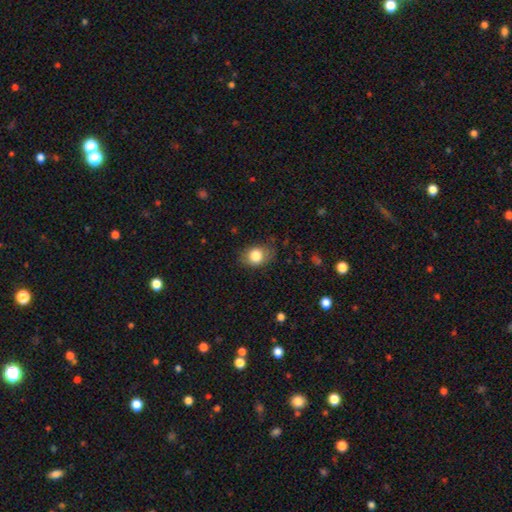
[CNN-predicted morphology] Smooth or featured? Predicted: smooth (p=0.81). How rounded? Predicted: in between (p=0.56). Merging? Predicted: none (p=0.72).